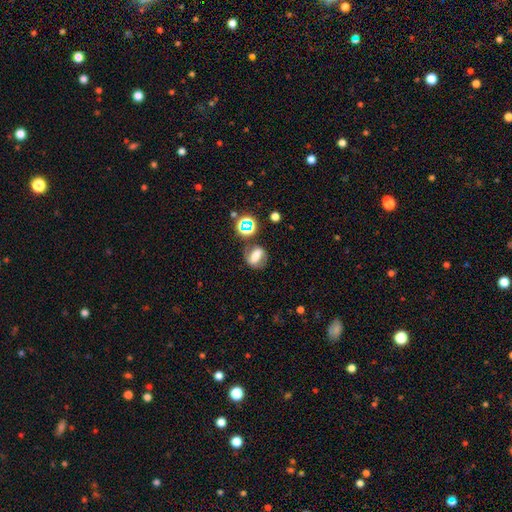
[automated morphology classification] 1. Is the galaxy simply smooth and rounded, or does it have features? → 42% featured or disk, 41% smooth, 17% star or artifact.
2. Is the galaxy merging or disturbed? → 66% none, 18% minor disturbance, 9% major disturbance, 7% merger.